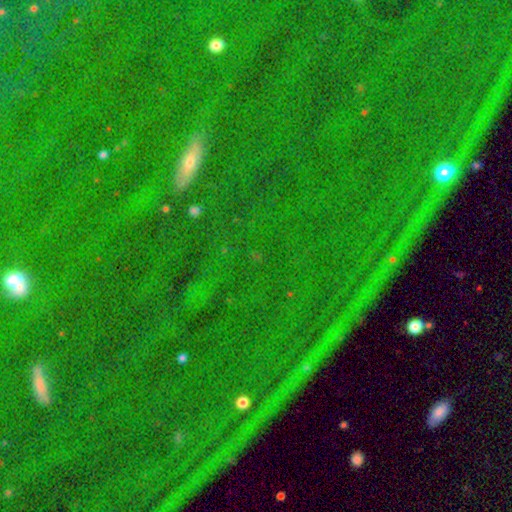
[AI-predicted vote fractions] smooth-or-featured: star or artifact: 75% | smooth: 14% | featured or disk: 11%